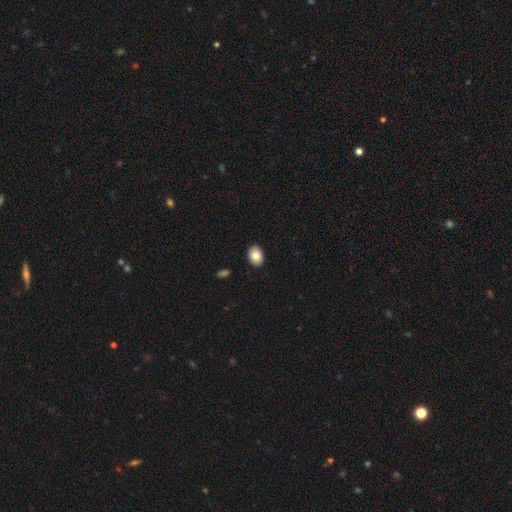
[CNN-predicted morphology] This is clearly a smooth galaxy (83%). How rounded: likely in between (78%). Merging: clearly none (90%).